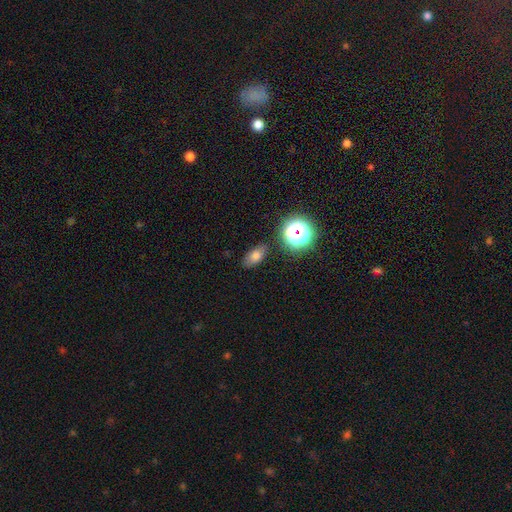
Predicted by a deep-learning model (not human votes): Smooth or featured? smooth (69%)
How rounded? in between (81%)
Merging? none (82%)